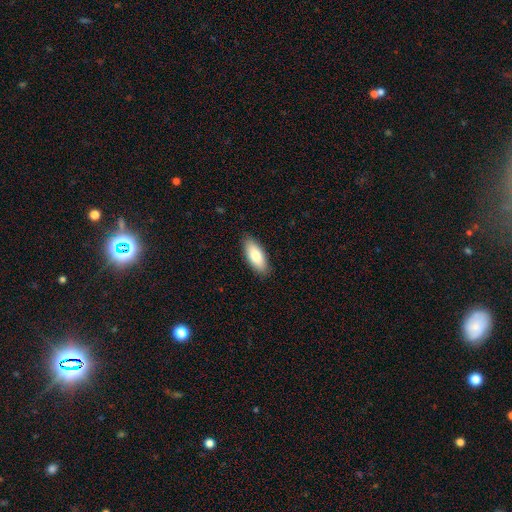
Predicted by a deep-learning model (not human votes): This is clearly a smooth galaxy (81%). How rounded: clearly in between (80%). Merging: clearly none (88%).